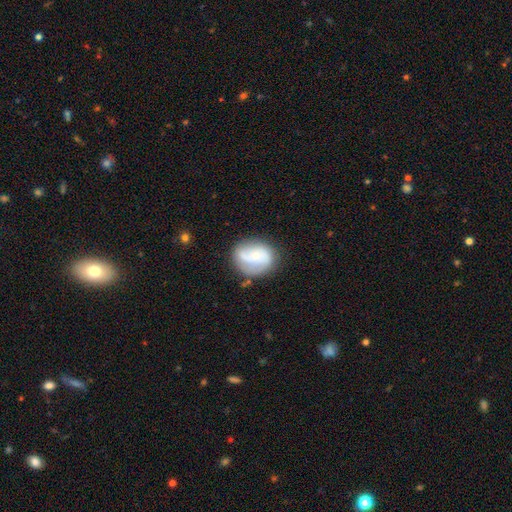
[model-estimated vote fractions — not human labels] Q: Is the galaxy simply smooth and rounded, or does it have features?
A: featured or disk — 60%.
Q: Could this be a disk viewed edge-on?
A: no — 97%.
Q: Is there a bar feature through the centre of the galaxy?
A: no — 67%.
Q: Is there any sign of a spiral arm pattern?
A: yes — 81%.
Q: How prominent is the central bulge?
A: small — 68%.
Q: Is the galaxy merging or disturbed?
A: none — 65%.